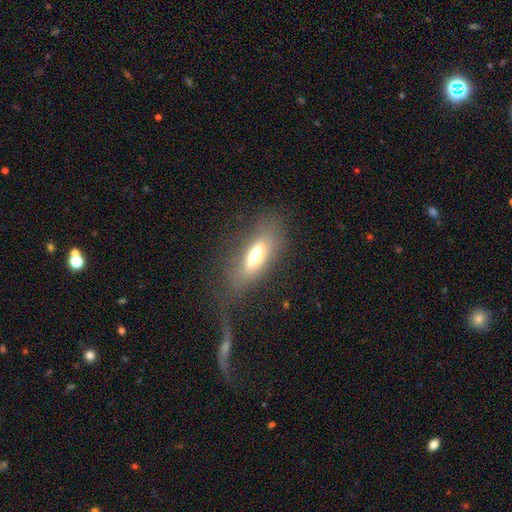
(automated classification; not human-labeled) Smooth or featured? smooth (60%)
How rounded? in between (65%)
Merging? none (67%)